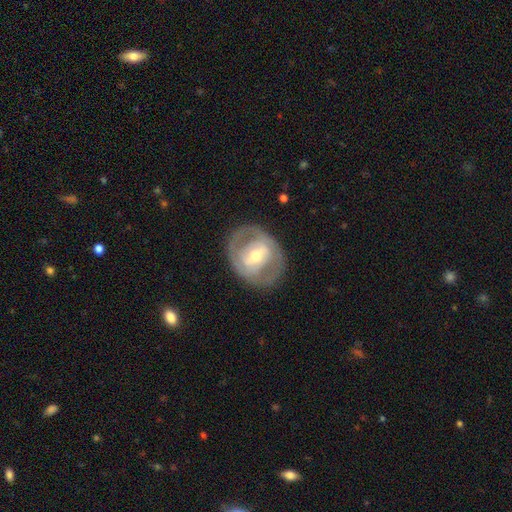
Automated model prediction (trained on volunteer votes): Morphology: type=featured or disk (72%); edge-on=no (95%); bar=weak (42%); spiral arms=yes (57%); bulge=moderate (63%); merging=none (76%).